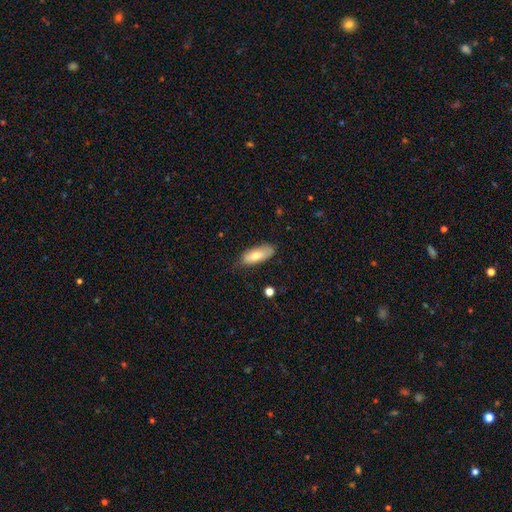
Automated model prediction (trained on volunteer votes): This is likely a smooth galaxy (73%). How rounded: likely in between (75%). Merging: likely none (72%).